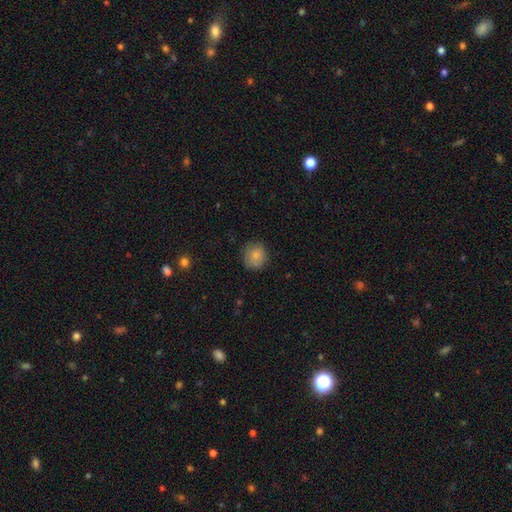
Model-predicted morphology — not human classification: smooth_or_featured: smooth (p=0.80) [alt: featured or disk p=0.12]
how_rounded: round (p=0.87) [alt: in between p=0.12]
merging: none (p=0.77) [alt: minor disturbance p=0.18]